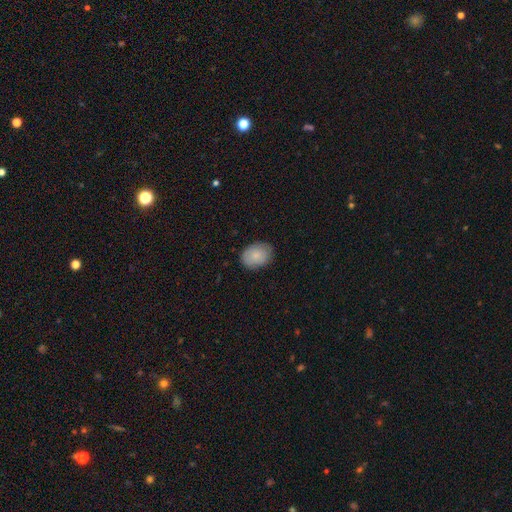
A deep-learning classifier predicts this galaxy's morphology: Smooth or featured?
  - smooth: 85% *
  - featured or disk: 9%
  - star or artifact: 7%
How rounded?
  - in between: 71% *
  - round: 28%
  - cigar-shaped: 1%
Merging?
  - none: 81% *
  - minor disturbance: 15%
  - major disturbance: 3%
  - merger: 1%